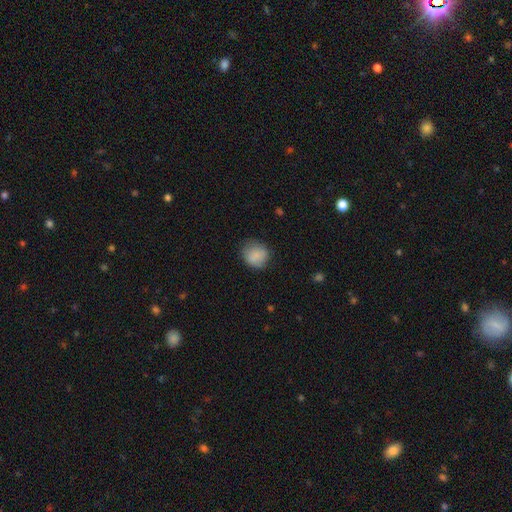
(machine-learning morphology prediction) This appears to be a smooth galaxy with no disk features (84%) that is round (81%). Merging: none (75%).